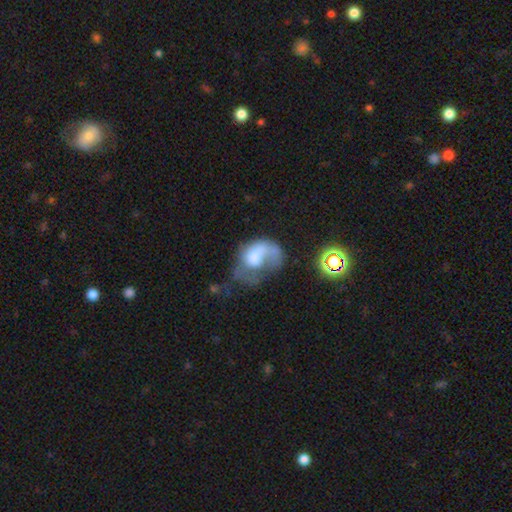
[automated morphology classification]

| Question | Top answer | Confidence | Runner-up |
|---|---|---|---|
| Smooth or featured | smooth | 48% | featured or disk (42%) |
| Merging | major disturbance | 58% | none (17%) |